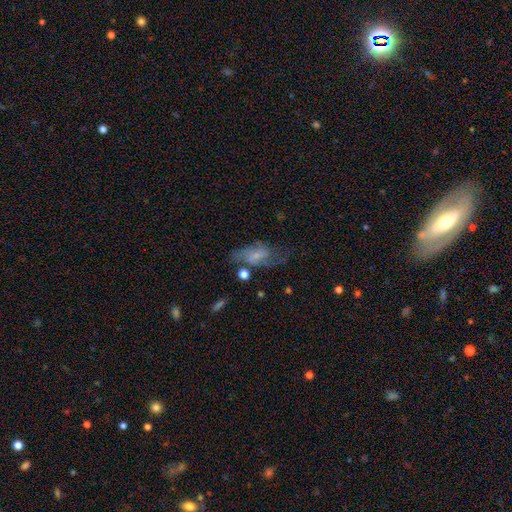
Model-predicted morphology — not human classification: Smooth or featured? Predicted: featured or disk (p=0.53). Edge-on disk? Predicted: no (p=0.93). Merging? Predicted: none (p=0.39).